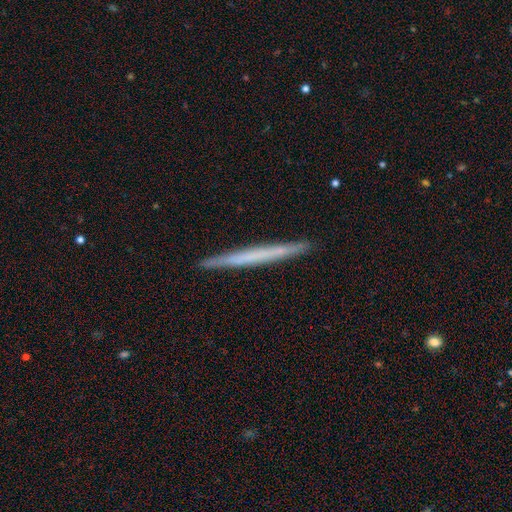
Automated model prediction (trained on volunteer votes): smooth 47% (tied), featured or disk 47% (tied), star or artifact 6%. Down the decision tree: merging — none (92%).